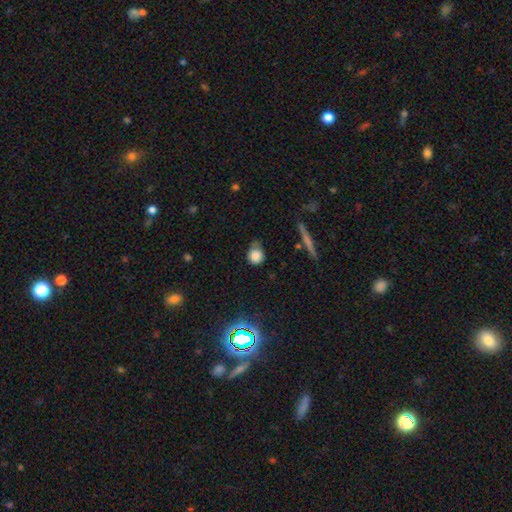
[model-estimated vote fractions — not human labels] This appears to be a smooth galaxy with no disk features (80%) that is round (78%). Merging: none (50%).